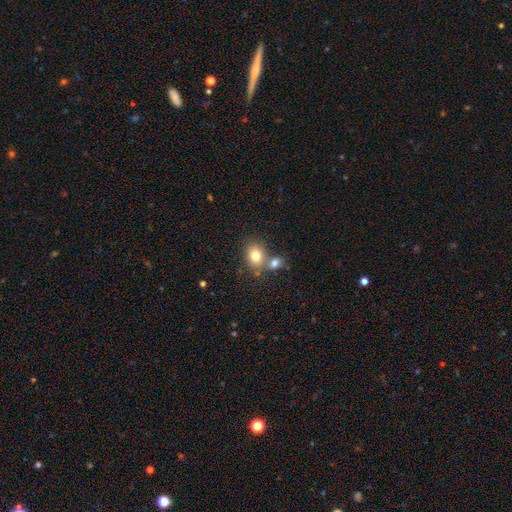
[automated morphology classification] type=smooth (78%); roundness=in between (50%); merging=none (50%).